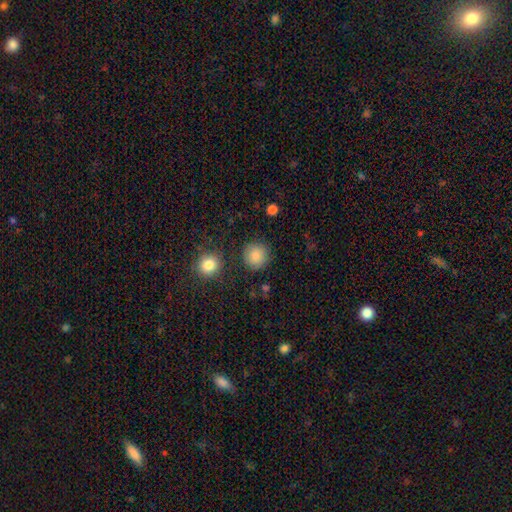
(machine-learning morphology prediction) The model was most divided on "merging": none: 86%, minor disturbance: 8%, major disturbance: 3%, merger: 3%. More confident: how rounded — round (92%); smooth or featured — smooth (87%).